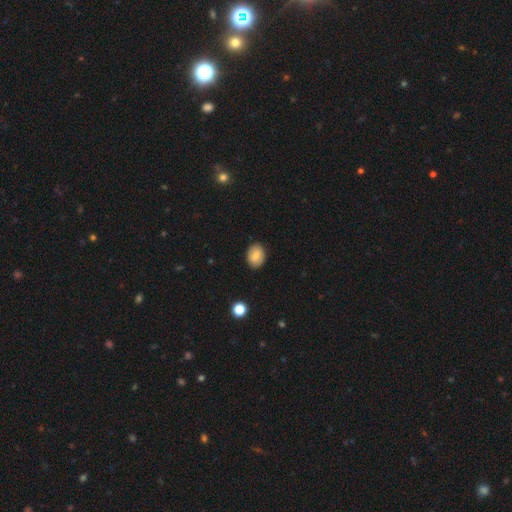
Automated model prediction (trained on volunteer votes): smooth_or_featured: smooth (p=0.80) [alt: featured or disk p=0.12]
how_rounded: in between (p=0.62) [alt: round p=0.37]
merging: none (p=0.87) [alt: minor disturbance p=0.10]